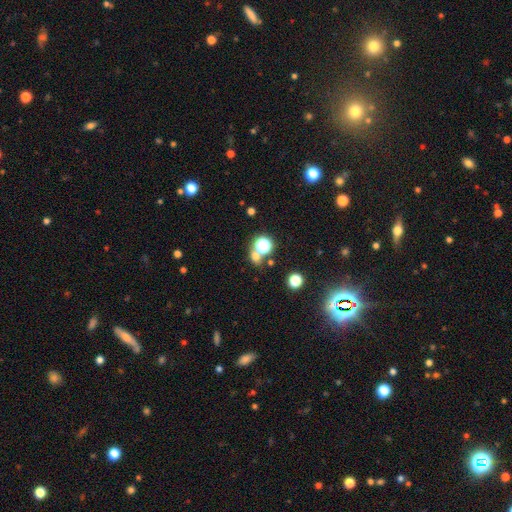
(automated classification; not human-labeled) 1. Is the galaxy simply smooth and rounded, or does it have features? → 57% smooth, 34% star or artifact, 9% featured or disk.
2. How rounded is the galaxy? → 71% round, 27% in between, 2% cigar-shaped.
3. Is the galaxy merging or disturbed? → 60% none, 27% merger, 8% minor disturbance, 5% major disturbance.